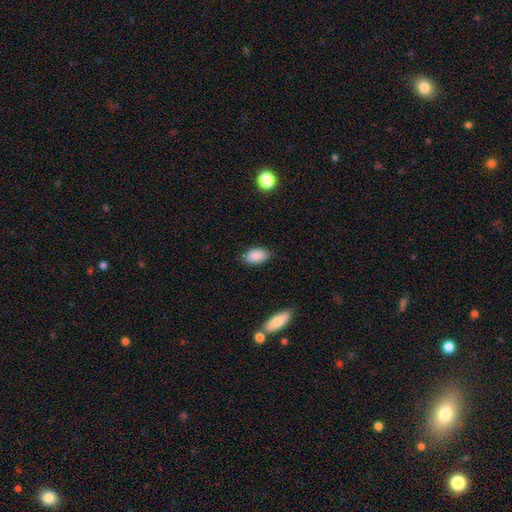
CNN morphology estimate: A smooth galaxy with no disk features (89%) that is in between round and cigar-shaped (93%). Merging: none (83%).